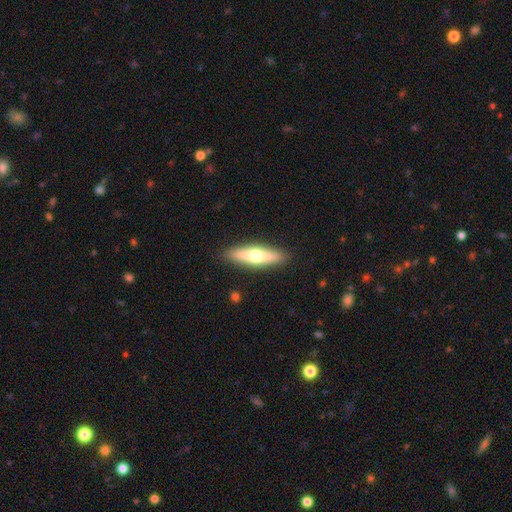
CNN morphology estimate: This appears to be a smooth galaxy with no disk features (52%) that is cigar-shaped (69%). Merging: none (89%).